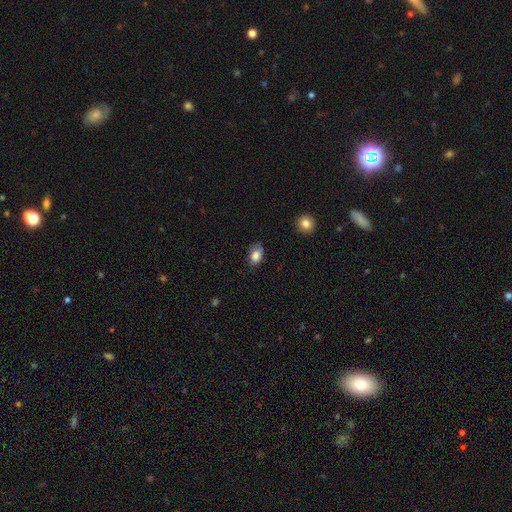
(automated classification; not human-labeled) This is clearly a smooth galaxy (83%). How rounded: clearly in between (85%). Merging: likely none (74%).